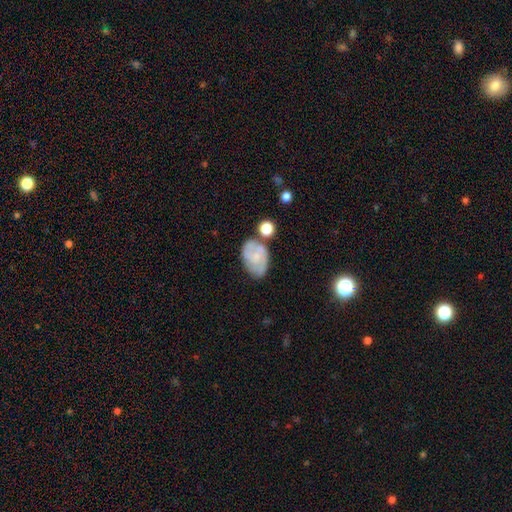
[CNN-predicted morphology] The model was most divided on "smooth or featured": featured or disk: 51%, smooth: 41%, star or artifact: 8%. More confident: edge-on disk — no (96%); merging — none (54%).